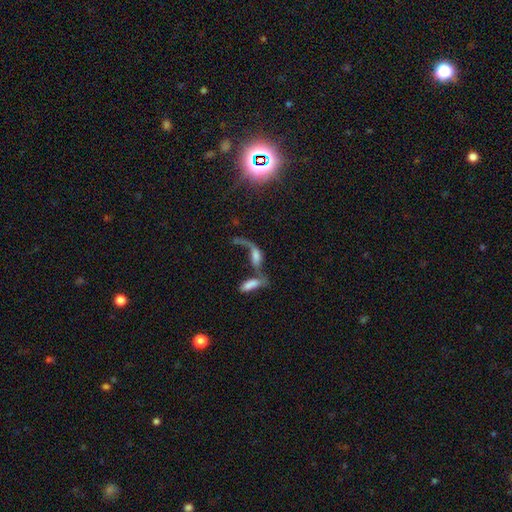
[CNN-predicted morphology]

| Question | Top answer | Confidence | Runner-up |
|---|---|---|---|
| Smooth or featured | featured or disk | 53% | smooth (34%) |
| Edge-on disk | no | 83% | yes (17%) |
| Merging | merger | 59% | major disturbance (18%) |